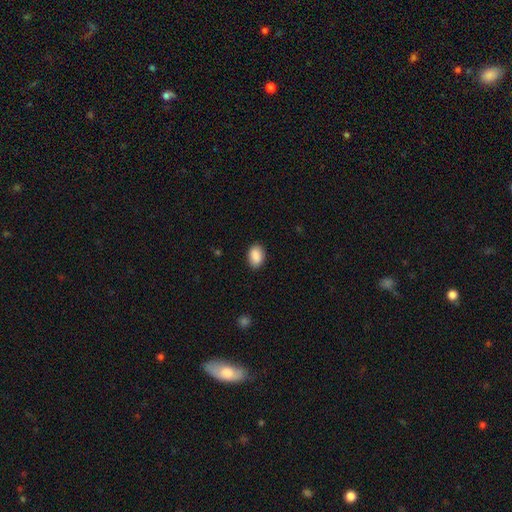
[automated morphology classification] Smooth or featured? Predicted: smooth (p=0.89). How rounded? Predicted: in between (p=0.85). Merging? Predicted: none (p=0.86).